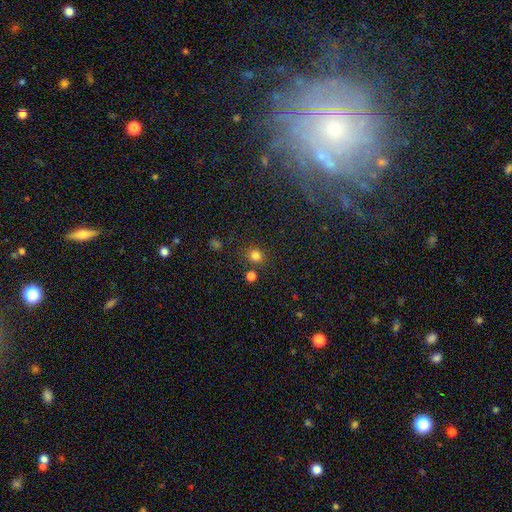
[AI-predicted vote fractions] This is likely a smooth galaxy (80%). How rounded: clearly round (86%). Merging: clearly none (81%).